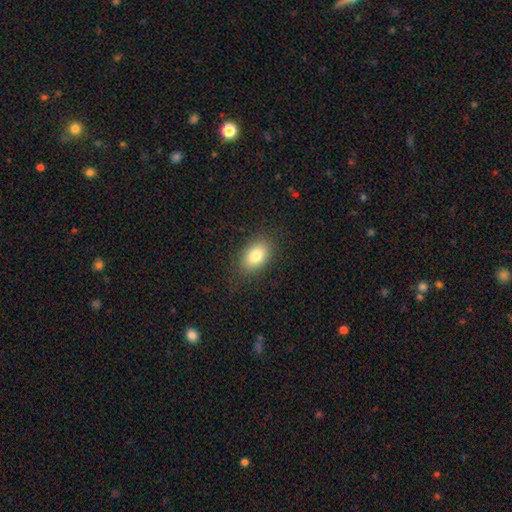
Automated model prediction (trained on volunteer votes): smooth-or-featured: smooth: 81% | featured or disk: 10% | star or artifact: 9%
  how-rounded: in between: 86% | round: 13% | cigar-shaped: 2%
  merging: none: 84% | minor disturbance: 11% | major disturbance: 4% | merger: 1%